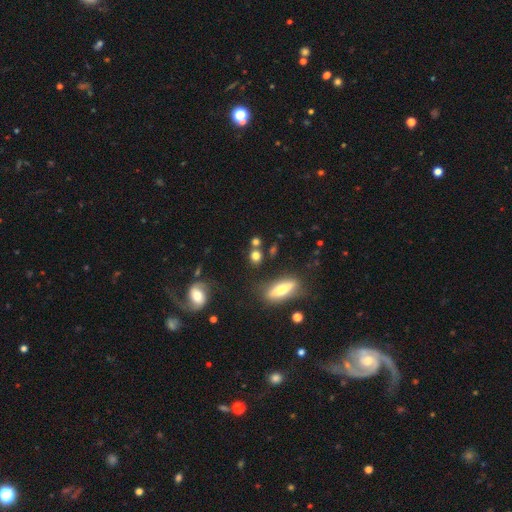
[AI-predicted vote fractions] Smooth or featured: smooth — 74% (star or artifact — 14%)
How rounded: round — 66% (in between — 27%)
Merging: none — 68% (merger — 14%)